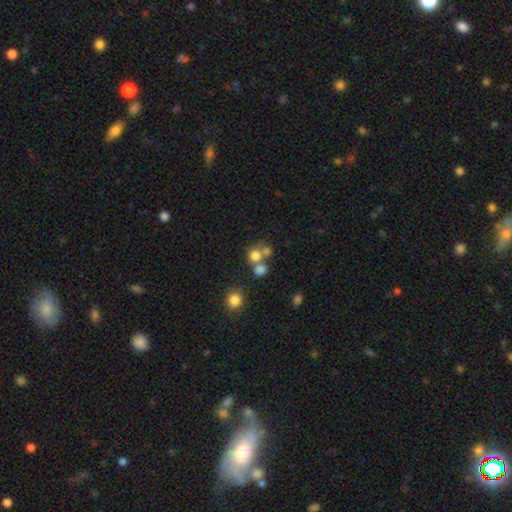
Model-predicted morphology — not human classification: Q: Smooth or featured?
A: smooth (73%); runner-up: star or artifact (15%)
Q: How rounded?
A: round (83%); runner-up: in between (16%)
Q: Merging?
A: none (46%); runner-up: merger (40%)